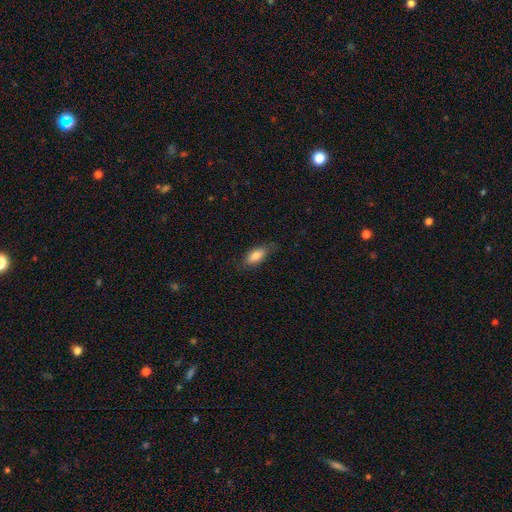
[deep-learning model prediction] Smooth or featured: smooth — 80% (featured or disk — 13%)
How rounded: in between — 83% (cigar-shaped — 14%)
Merging: none — 75% (minor disturbance — 19%)